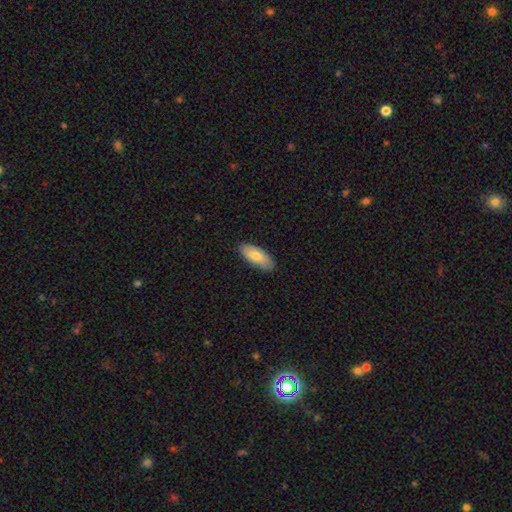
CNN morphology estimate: Smooth or featured? Predicted: smooth (p=0.78). How rounded? Predicted: in between (p=0.85). Merging? Predicted: none (p=0.86).